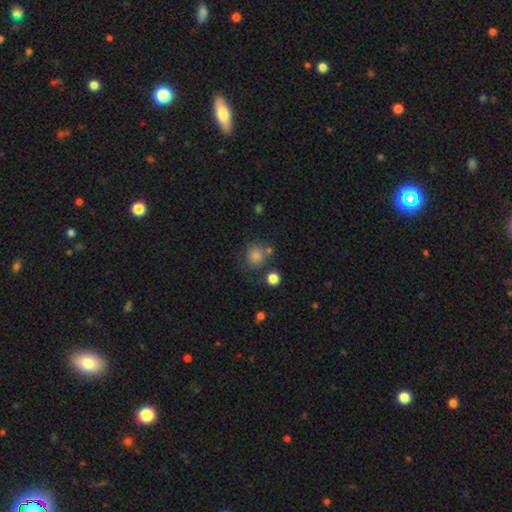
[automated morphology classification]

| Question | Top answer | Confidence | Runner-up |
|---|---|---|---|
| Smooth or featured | smooth | 78% | star or artifact (15%) |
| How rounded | round | 86% | in between (13%) |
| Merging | none | 72% | minor disturbance (13%) |